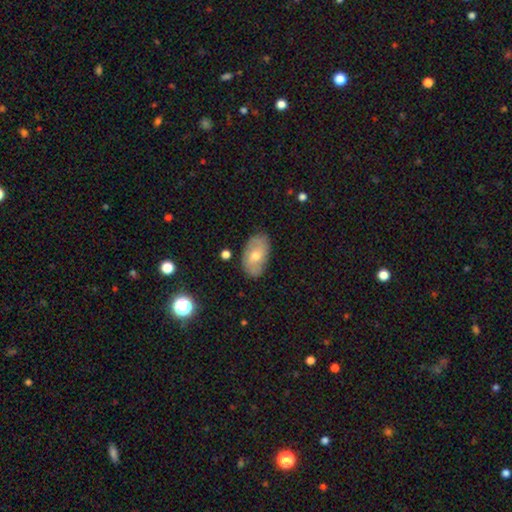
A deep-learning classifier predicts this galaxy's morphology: This is possibly a smooth galaxy (47%). Merging: clearly none (81%).